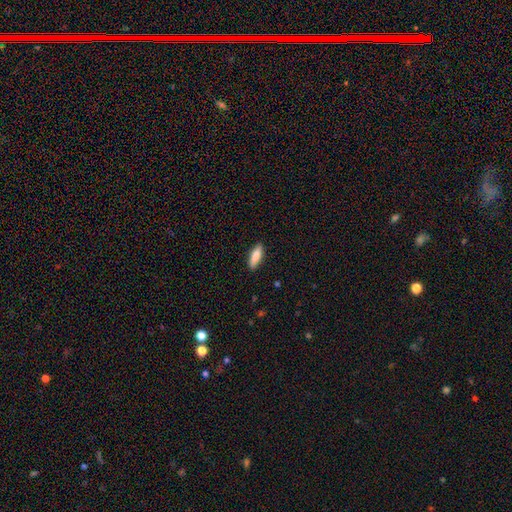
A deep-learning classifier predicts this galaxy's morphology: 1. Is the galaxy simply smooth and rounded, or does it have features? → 83% smooth, 11% featured or disk, 6% star or artifact.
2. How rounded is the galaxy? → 52% in between, 47% cigar-shaped, 2% round.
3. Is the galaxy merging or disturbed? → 87% none, 10% minor disturbance, 2% major disturbance, 1% merger.